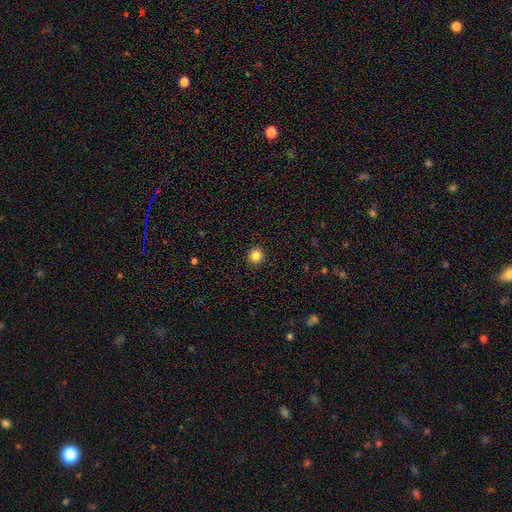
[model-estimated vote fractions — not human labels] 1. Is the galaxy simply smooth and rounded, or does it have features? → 83% smooth, 11% star or artifact, 5% featured or disk.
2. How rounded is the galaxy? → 90% round, 9% in between, 1% cigar-shaped.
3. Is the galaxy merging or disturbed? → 93% none, 5% minor disturbance, 2% major disturbance, 1% merger.